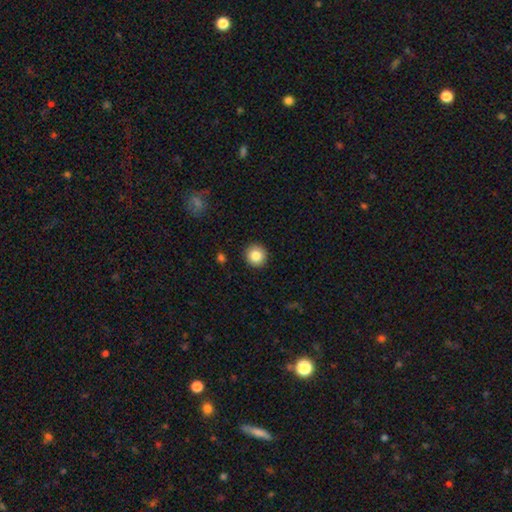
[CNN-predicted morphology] The model was most divided on "smooth or featured": smooth: 84%, star or artifact: 9%, featured or disk: 6%. More confident: how rounded — round (94%); merging — none (92%).